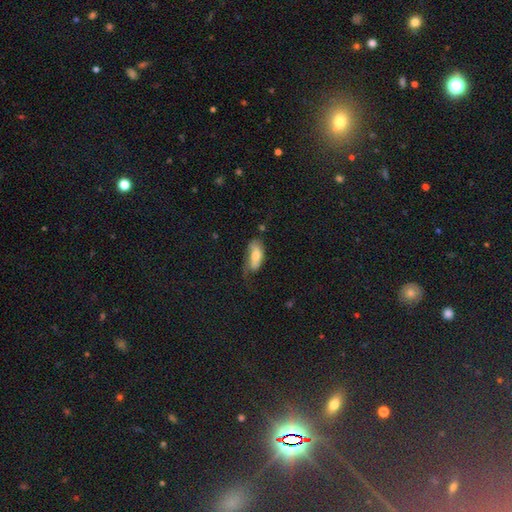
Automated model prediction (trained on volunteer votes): smooth 62%, featured or disk 30%, star or artifact 8%. Down the decision tree: how rounded — in between (80%); merging — none (37%).